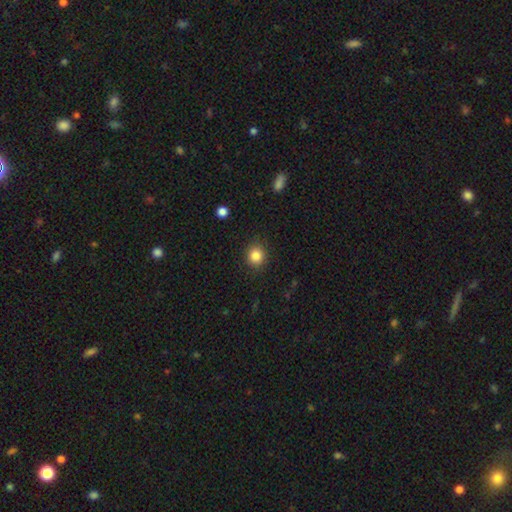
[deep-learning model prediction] smooth 85%, star or artifact 11%, featured or disk 5%. Down the decision tree: how rounded — round (85%); merging — none (89%).